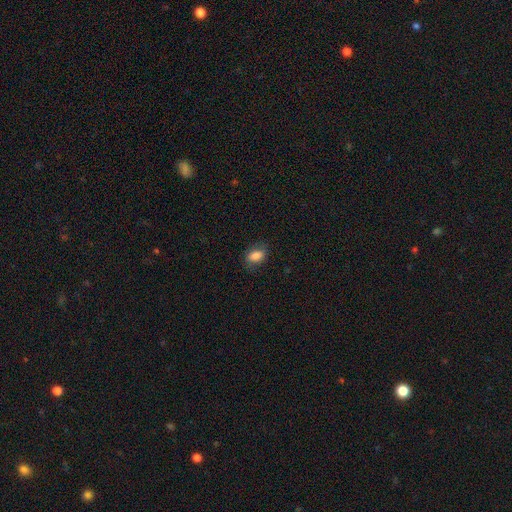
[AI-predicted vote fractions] Smooth or featured: smooth — 85% (star or artifact — 8%)
How rounded: in between — 86% (round — 11%)
Merging: none — 78% (minor disturbance — 16%)